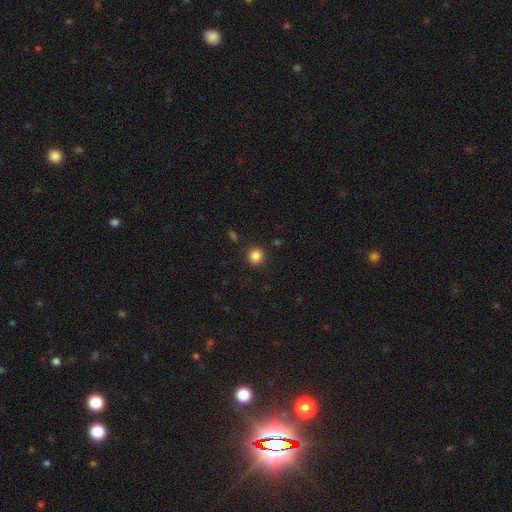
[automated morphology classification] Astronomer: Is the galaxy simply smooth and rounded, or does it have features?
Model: smooth — 85%.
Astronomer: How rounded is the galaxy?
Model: round — 92%.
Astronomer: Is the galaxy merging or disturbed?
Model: none — 90%.